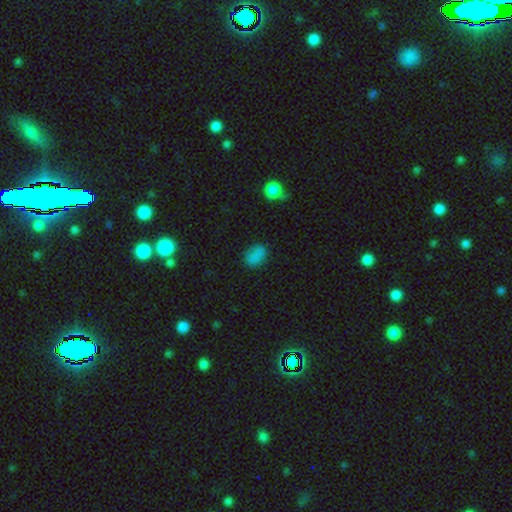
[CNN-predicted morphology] Smooth or featured?
  - smooth: 78% *
  - star or artifact: 16%
  - featured or disk: 6%
How rounded?
  - in between: 78% *
  - round: 20%
  - cigar-shaped: 2%
Merging?
  - none: 75% *
  - minor disturbance: 18%
  - major disturbance: 5%
  - merger: 2%